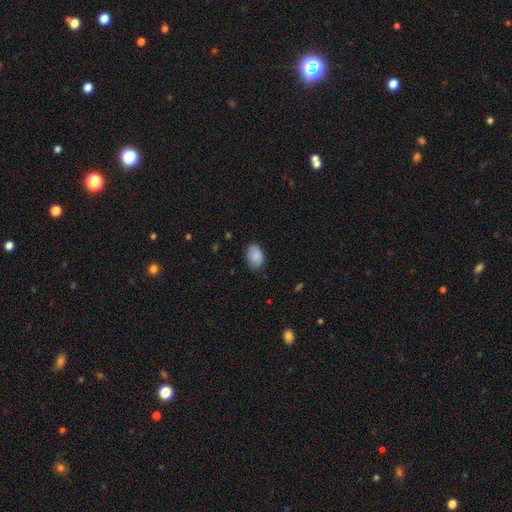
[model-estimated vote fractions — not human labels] A smooth galaxy with no disk features (88%) that is in between round and cigar-shaped (87%).

Vote fractions:
- Smooth or featured? smooth: 88% / star or artifact: 7% / featured or disk: 5%
- How rounded? in between: 87% / round: 12% / cigar-shaped: 1%
- Merging? none: 78% / minor disturbance: 17% / major disturbance: 3% / merger: 1%